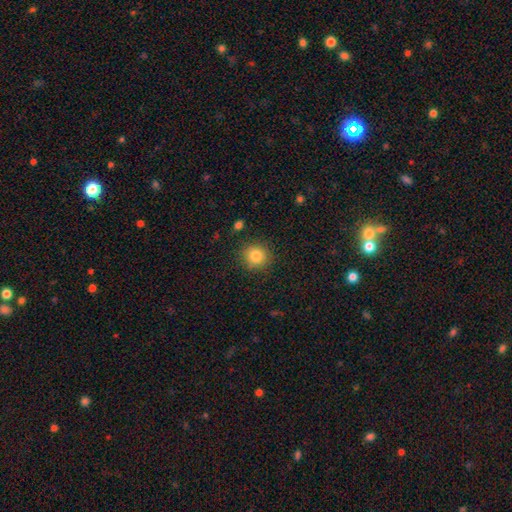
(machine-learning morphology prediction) Smooth or featured: smooth — 84% (star or artifact — 11%)
How rounded: round — 90% (in between — 9%)
Merging: none — 88% (minor disturbance — 8%)